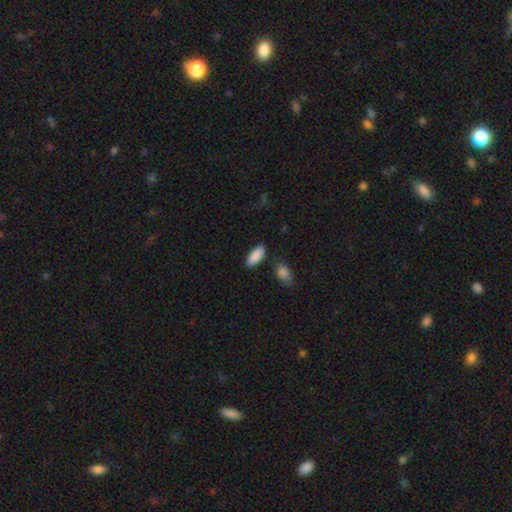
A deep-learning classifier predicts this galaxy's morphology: Smooth or featured?
  - smooth: 90% *
  - star or artifact: 6%
  - featured or disk: 4%
How rounded?
  - in between: 88% *
  - cigar-shaped: 10%
  - round: 2%
Merging?
  - none: 84% *
  - minor disturbance: 10%
  - merger: 4%
  - major disturbance: 2%